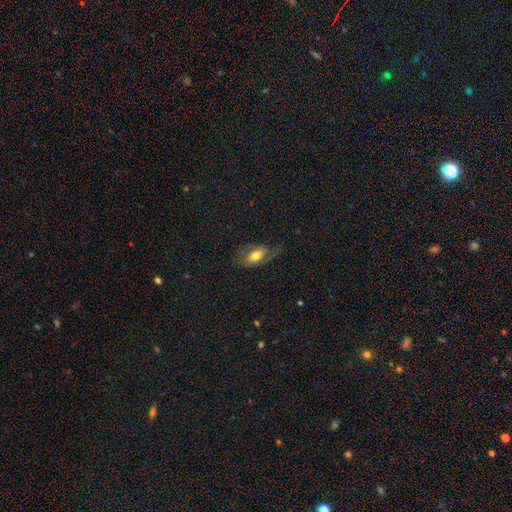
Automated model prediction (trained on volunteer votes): Q: Smooth or featured?
A: featured or disk (50%); runner-up: smooth (43%)
Q: Merging?
A: none (54%); runner-up: minor disturbance (23%)